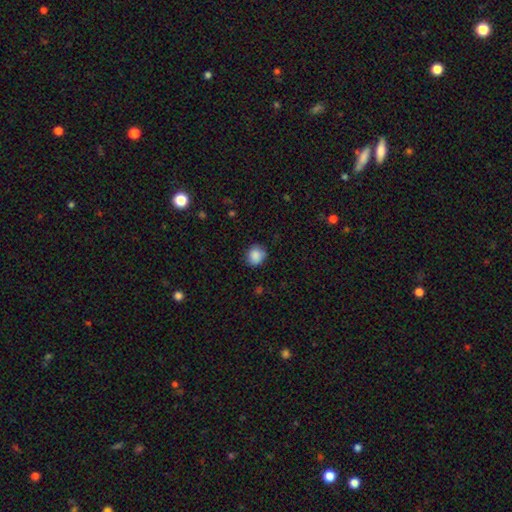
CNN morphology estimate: smooth 87%, star or artifact 9%, featured or disk 4%. Down the decision tree: how rounded — round (81%); merging — none (82%).